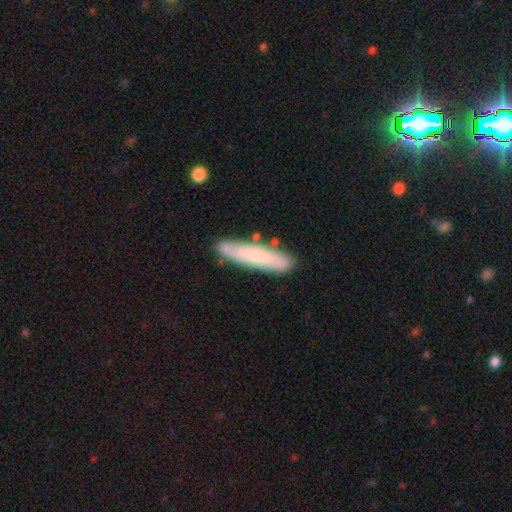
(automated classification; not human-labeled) A smooth galaxy with no disk features (62%) that is cigar-shaped (85%).

Vote fractions:
- Smooth or featured? smooth: 62% / featured or disk: 32% / star or artifact: 6%
- How rounded? cigar-shaped: 85% / in between: 14% / round: 1%
- Merging? none: 79% / minor disturbance: 14% / merger: 5% / major disturbance: 3%